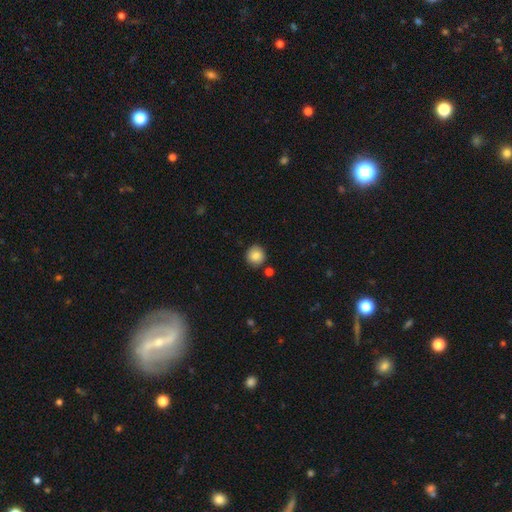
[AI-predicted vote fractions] Overall: smooth (86%). How rounded: round (93%). Merging: none (86%).